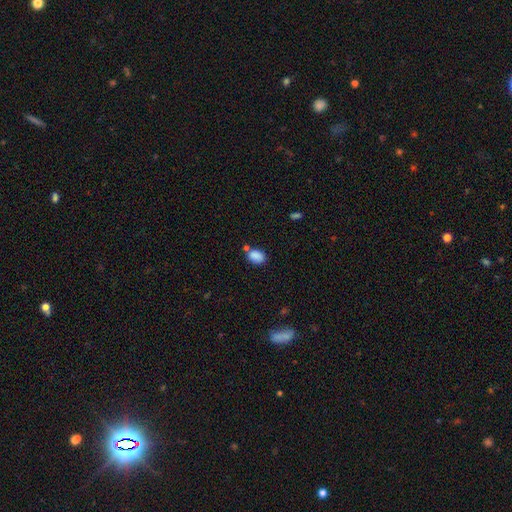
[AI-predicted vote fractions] Smooth or featured?
  - smooth: 86% *
  - star or artifact: 9%
  - featured or disk: 5%
How rounded?
  - in between: 76% *
  - round: 22%
  - cigar-shaped: 1%
Merging?
  - none: 64% *
  - minor disturbance: 17%
  - merger: 14%
  - major disturbance: 5%